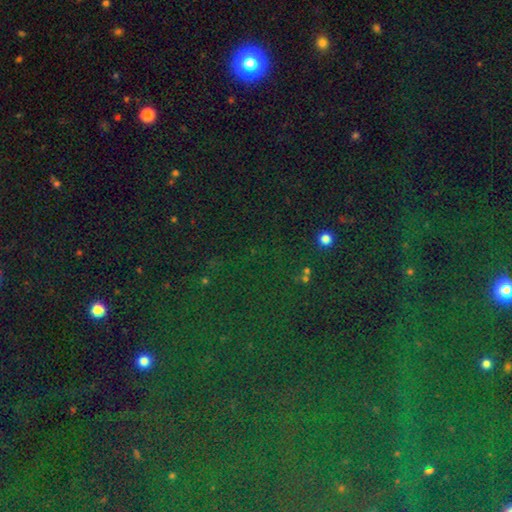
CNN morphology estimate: A star or artifact, not a galaxy (80%).

Vote fractions:
- Smooth or featured? star or artifact: 80% / smooth: 12% / featured or disk: 8%